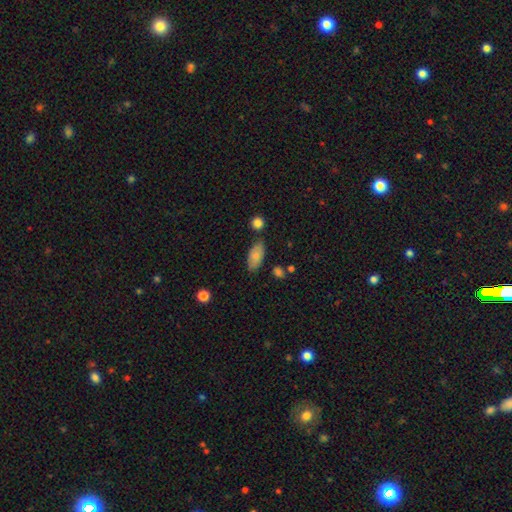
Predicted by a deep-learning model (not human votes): smooth 80%, featured or disk 13%, star or artifact 7%. Down the decision tree: how rounded — in between (90%); merging — none (73%).